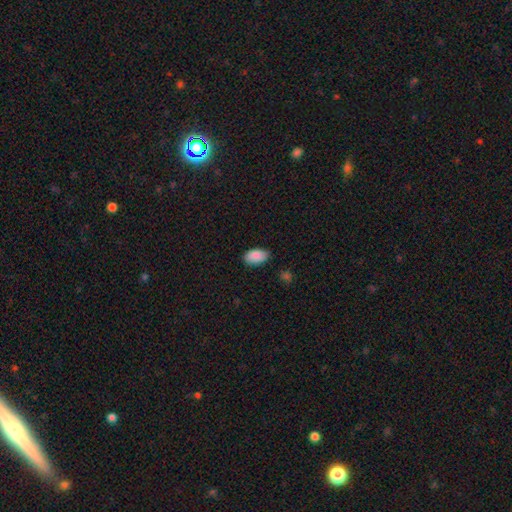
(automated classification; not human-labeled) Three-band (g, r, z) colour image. It shows a smooth galaxy with no disk features (89%) that is in between round and cigar-shaped (94%). Merging: none (79%).